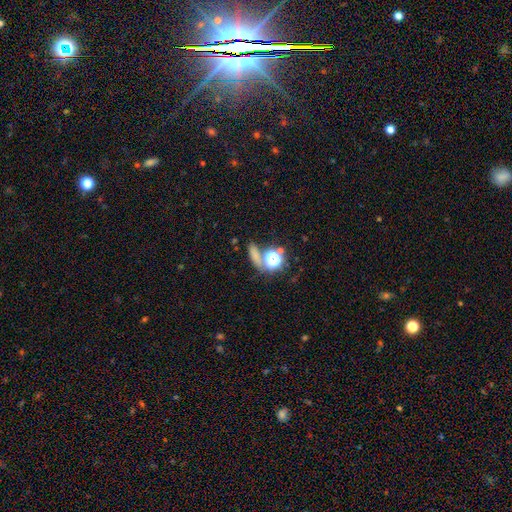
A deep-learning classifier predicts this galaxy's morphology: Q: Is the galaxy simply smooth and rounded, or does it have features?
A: smooth — 57%.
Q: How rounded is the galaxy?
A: round — 44%.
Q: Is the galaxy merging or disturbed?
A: none — 65%.